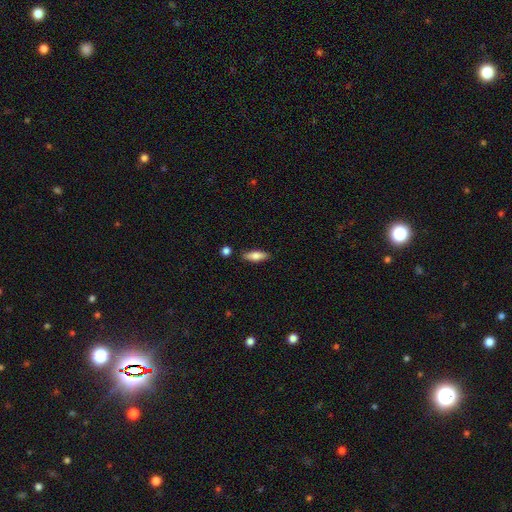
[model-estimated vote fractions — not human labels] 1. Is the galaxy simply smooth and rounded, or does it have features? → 76% smooth, 18% featured or disk, 7% star or artifact.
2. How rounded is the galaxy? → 56% in between, 42% cigar-shaped, 2% round.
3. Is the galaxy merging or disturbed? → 83% none, 11% minor disturbance, 3% merger, 2% major disturbance.